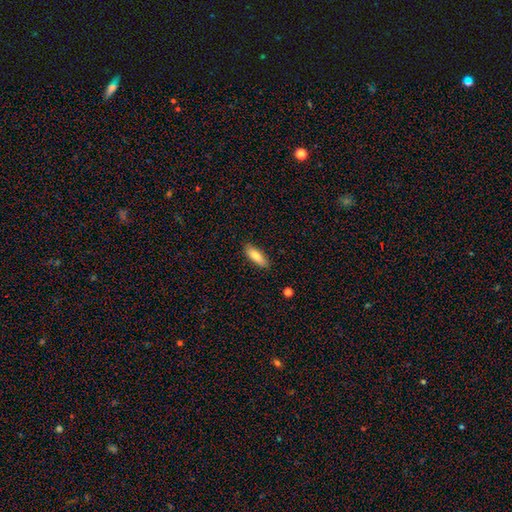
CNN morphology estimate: Overall: smooth (81%). How rounded: in between (57%; cigar-shaped 41%). Merging: none (87%).